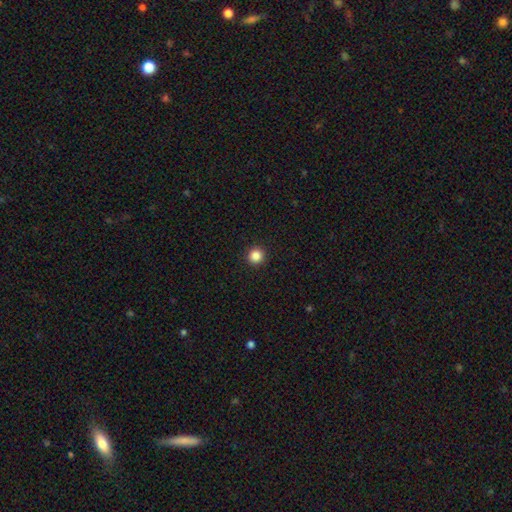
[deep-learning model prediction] smooth-or-featured: smooth: 85% | star or artifact: 11% | featured or disk: 3%
  how-rounded: round: 96% | in between: 3% | cigar-shaped: 1%
  merging: none: 93% | minor disturbance: 4% | major disturbance: 1% | merger: 1%